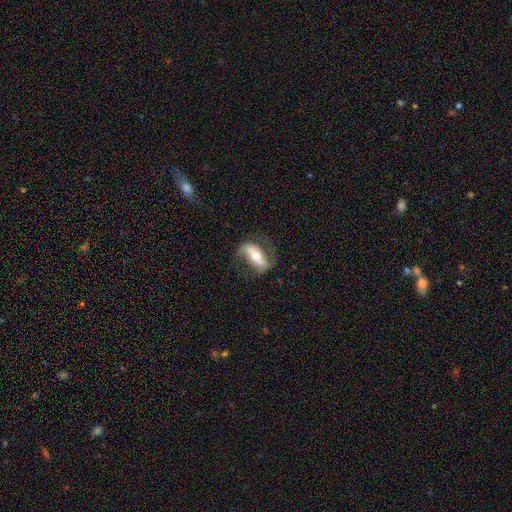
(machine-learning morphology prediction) The model was most divided on "spiral winding": loose: 50%, medium: 35%, tight: 15%. More confident: spiral arms — yes (86%); edge-on disk — no (86%); spiral arm count — 2 (86%); smooth or featured — featured or disk (73%); merging — none (68%); bar — strong (60%); bulge size — moderate (57%).